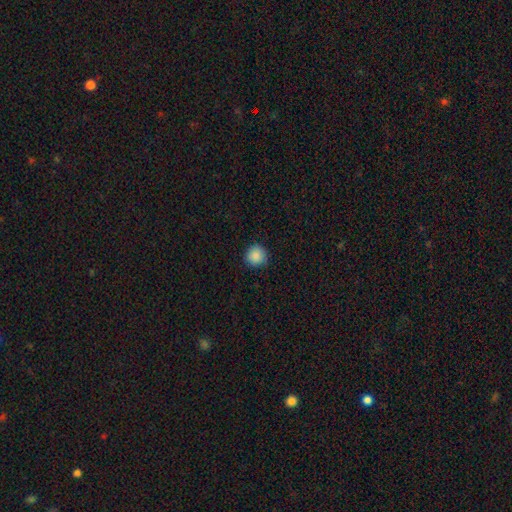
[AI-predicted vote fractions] The model was most divided on "merging": none: 84%, minor disturbance: 13%, major disturbance: 2%, merger: 1%. More confident: how rounded — round (93%); smooth or featured — smooth (87%).